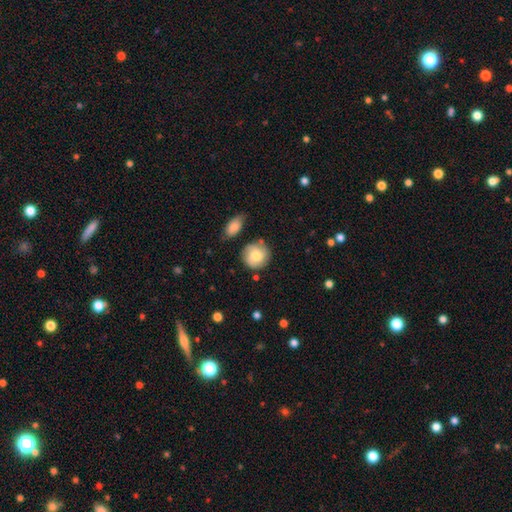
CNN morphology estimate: smooth-or-featured: smooth: 72% | featured or disk: 21% | star or artifact: 7%
  how-rounded: round: 90% | in between: 9% | cigar-shaped: 1%
  merging: none: 74% | minor disturbance: 17% | merger: 5% | major disturbance: 4%